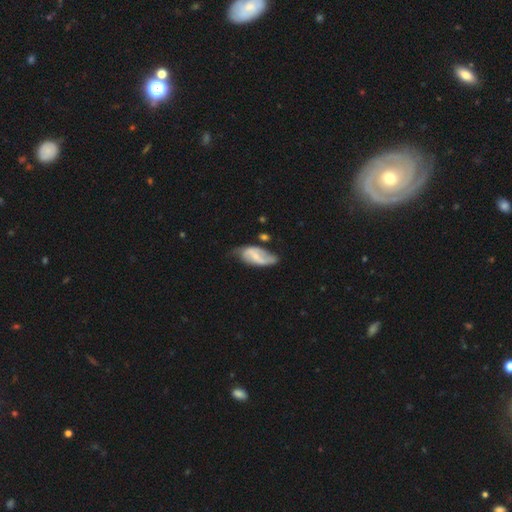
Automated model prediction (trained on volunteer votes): Morphology: type=featured or disk (64%); edge-on=no (93%); bar=weak (44%); spiral arms=yes (82%); bulge=small (59%); merging=none (46%).